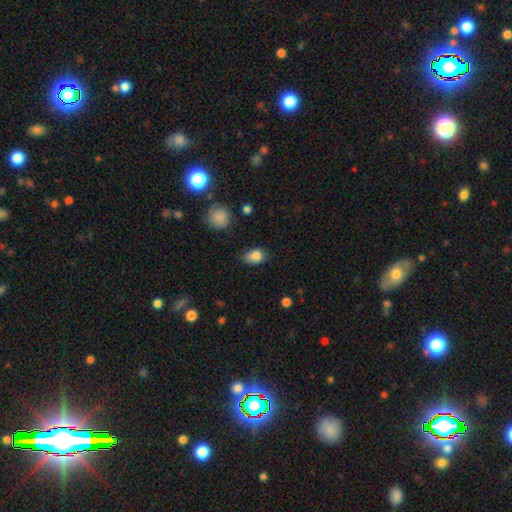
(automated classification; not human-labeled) Overall: smooth (84%). How rounded: in between (76%). Merging: none (59%; minor disturbance 32%).